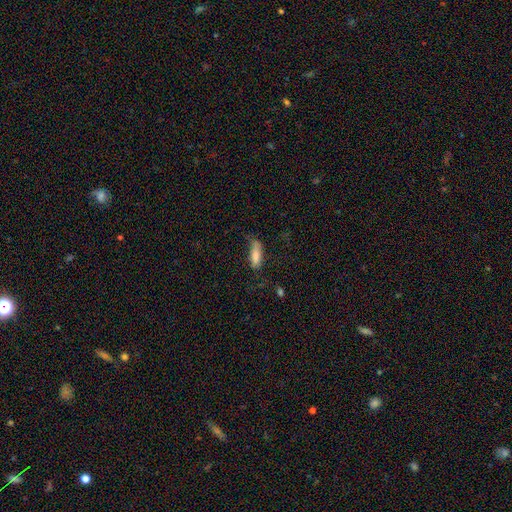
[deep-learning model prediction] Overall: smooth (79%). How rounded: in between (58%; cigar-shaped 39%). Merging: none (44%; minor disturbance 32%).